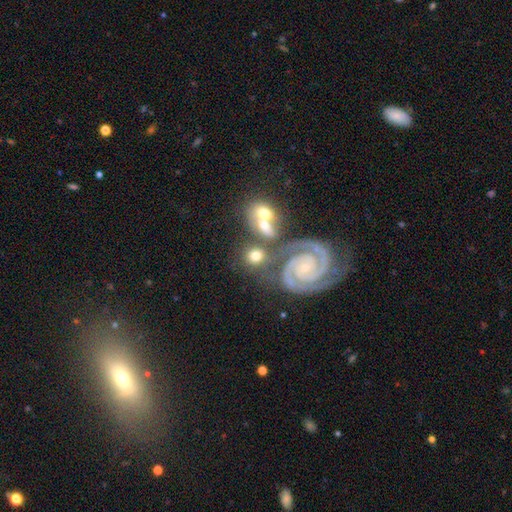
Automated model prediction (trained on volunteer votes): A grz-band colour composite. It shows a featured or disk galaxy (55%) with no bar (62%), spiral arms (93%) and a small central bulge (63%). Merging: none (65%).